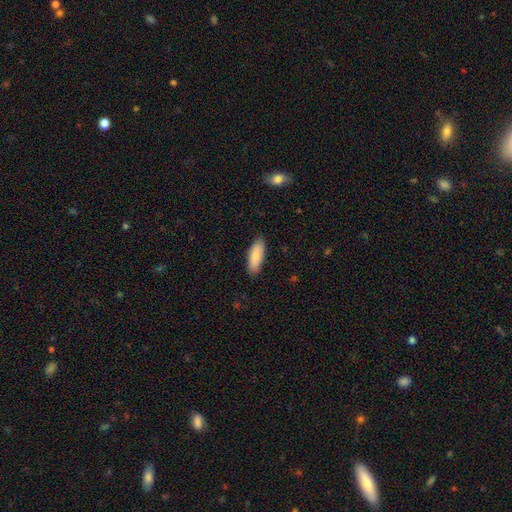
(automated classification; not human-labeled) smooth-or-featured: smooth: 85% | featured or disk: 9% | star or artifact: 5%
  how-rounded: in between: 70% | cigar-shaped: 28% | round: 2%
  merging: none: 87% | minor disturbance: 10% | major disturbance: 2% | merger: 1%